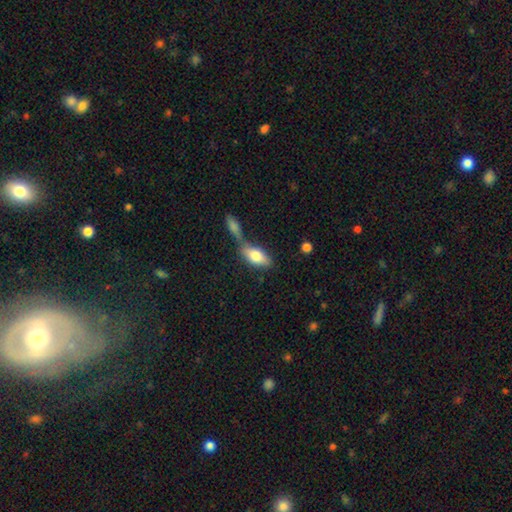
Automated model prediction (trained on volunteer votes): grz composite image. It shows a smooth galaxy with no disk features (78%) that is in between round and cigar-shaped (87%). Merging: merger (43%).